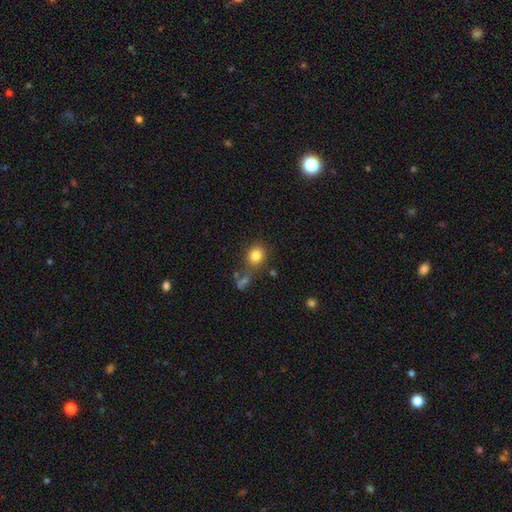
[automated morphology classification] A smooth galaxy with no disk features (82%) that is round (73%). Merging: none (70%).